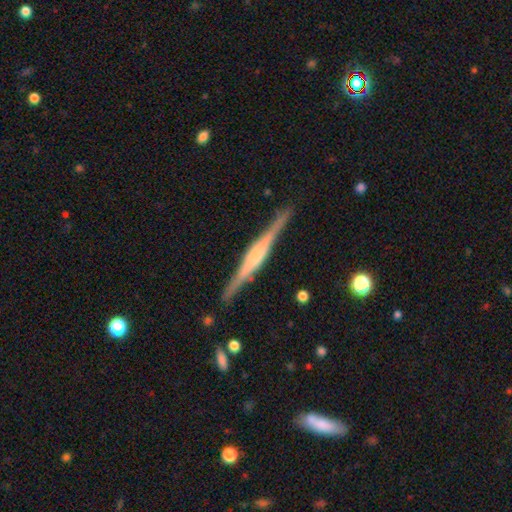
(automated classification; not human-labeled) Smooth or featured? Predicted: featured or disk (p=0.80). Edge-on disk? Predicted: yes (p=0.98). Edge-on bulge? Predicted: rounded (p=0.46). Merging? Predicted: none (p=0.88).